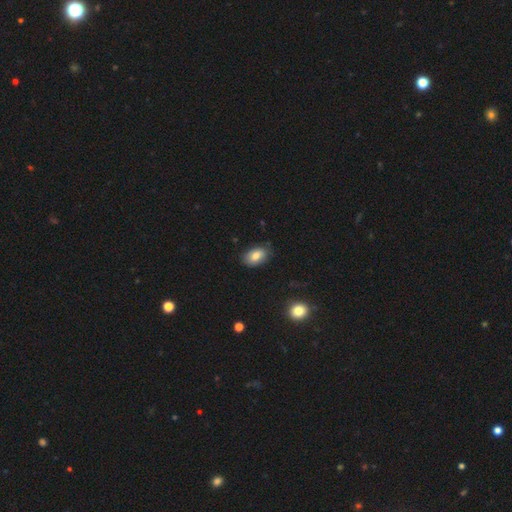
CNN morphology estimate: Smooth or featured?
  - smooth: 81% *
  - featured or disk: 11%
  - star or artifact: 8%
How rounded?
  - in between: 90% *
  - round: 8%
  - cigar-shaped: 1%
Merging?
  - none: 80% *
  - minor disturbance: 16%
  - major disturbance: 3%
  - merger: 1%